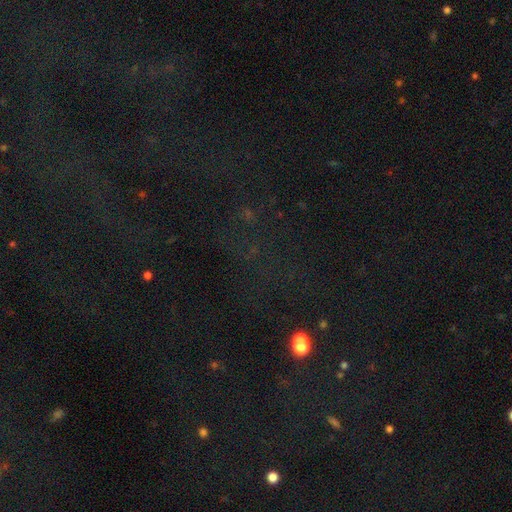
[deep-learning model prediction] star or artifact 75%, smooth 14%, featured or disk 11%.